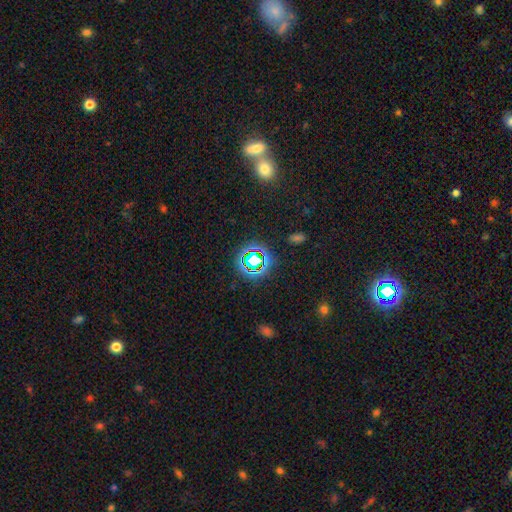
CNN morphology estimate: Q: Smooth or featured?
A: star or artifact (67%); runner-up: smooth (23%)